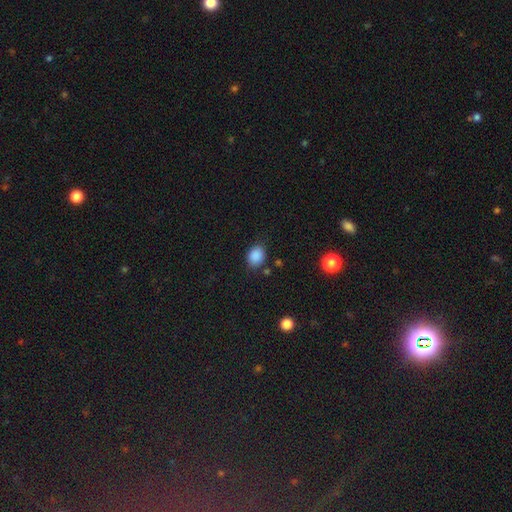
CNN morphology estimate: A smooth galaxy with no disk features (87%) that is in between round and cigar-shaped (55%). Merging: none (79%).